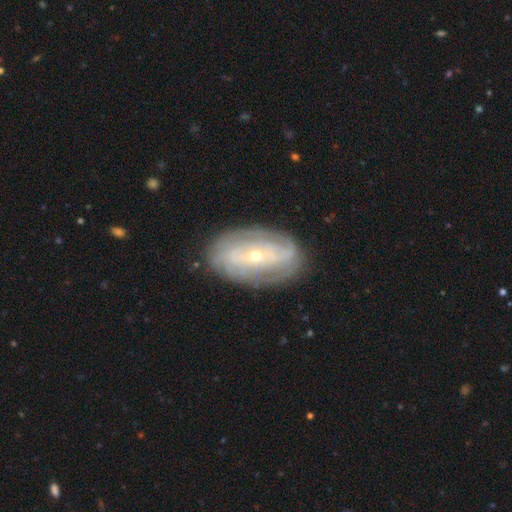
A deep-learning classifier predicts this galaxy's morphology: Smooth or featured? featured or disk (79%)
Edge-on disk? no (94%)
Bar? no (59%)
Spiral arms? yes (85%)
Spiral winding? tight (70%)
Spiral arm count? can't tell (45%)
Bulge size? small (67%)
Merging? none (79%)